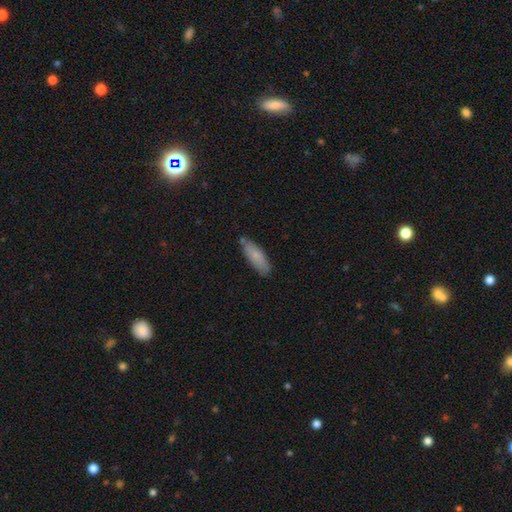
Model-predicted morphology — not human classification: Smooth or featured? Predicted: smooth (p=0.79). How rounded? Predicted: in between (p=0.53). Merging? Predicted: none (p=0.78).